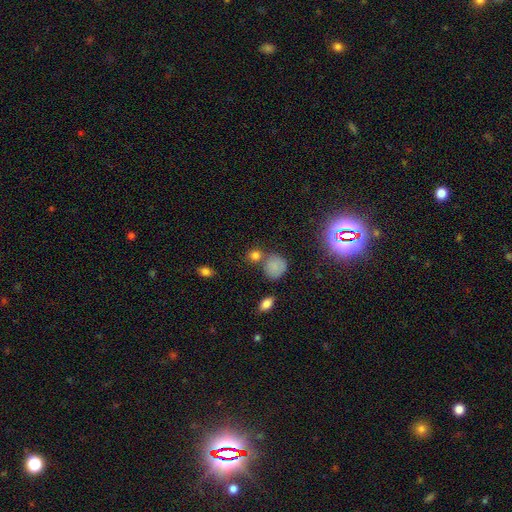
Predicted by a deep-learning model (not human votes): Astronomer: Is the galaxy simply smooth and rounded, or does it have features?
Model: smooth — 77%.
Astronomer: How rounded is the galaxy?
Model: round — 82%.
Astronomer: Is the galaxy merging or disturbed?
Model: none — 62%.